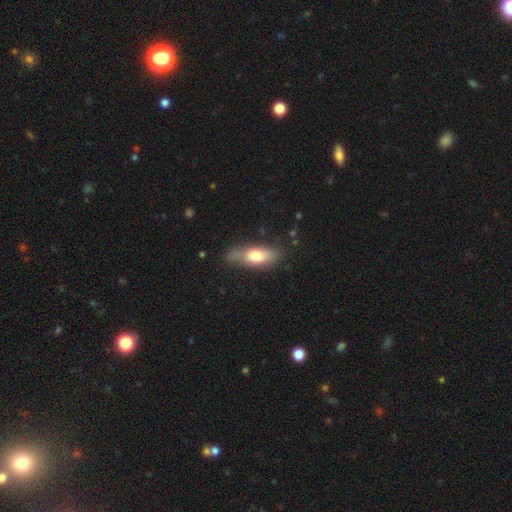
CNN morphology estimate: This appears to be a smooth galaxy with no disk features (69%) that is in between round and cigar-shaped (65%). Merging: none (70%).